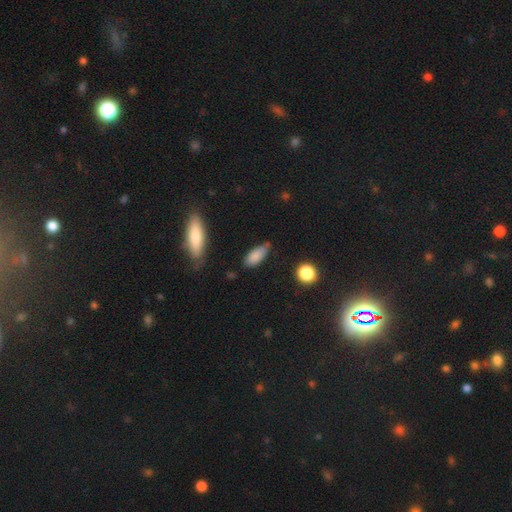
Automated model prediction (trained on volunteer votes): This appears to be a smooth galaxy with no disk features (84%) that is in between round and cigar-shaped (78%). Merging: none (63%).